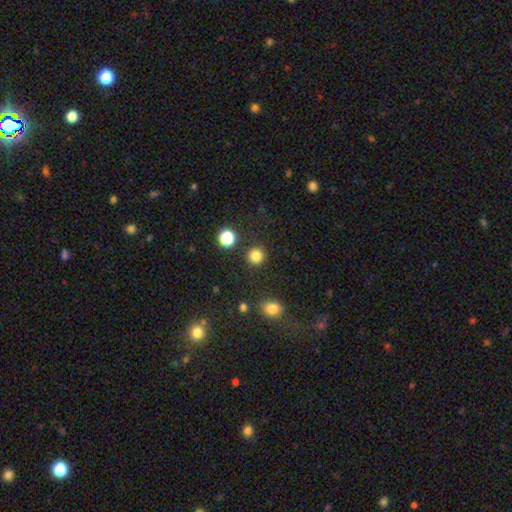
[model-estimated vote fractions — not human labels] The model was most divided on "smooth or featured": smooth: 83%, star or artifact: 13%, featured or disk: 4%. More confident: how rounded — round (94%); merging — none (90%).